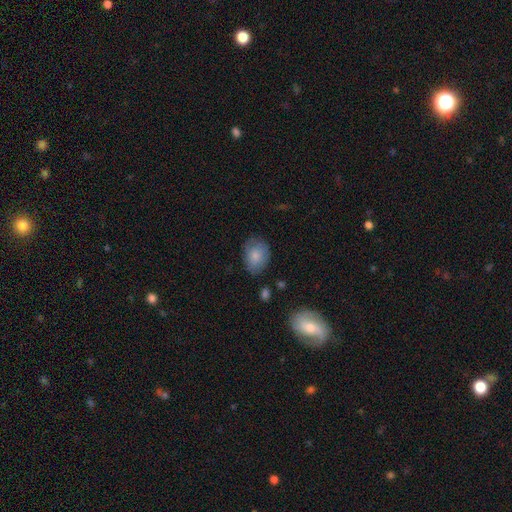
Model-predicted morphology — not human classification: type=smooth (82%); roundness=in between (65%); merging=none (74%).